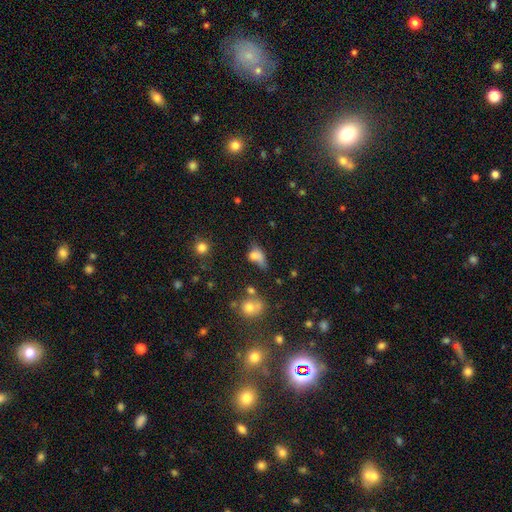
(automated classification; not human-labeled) A smooth galaxy with no disk features (68%) that is in between round and cigar-shaped (69%). Merging: none (29%).